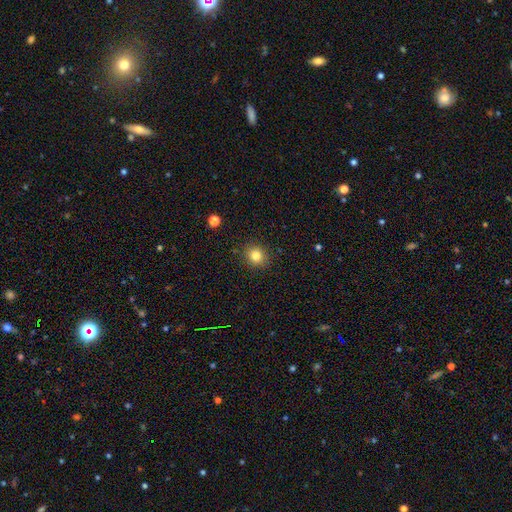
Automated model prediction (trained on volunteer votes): smooth_or_featured: smooth (p=0.82) [alt: star or artifact p=0.12]
how_rounded: round (p=0.82) [alt: in between p=0.17]
merging: none (p=0.89) [alt: minor disturbance p=0.07]